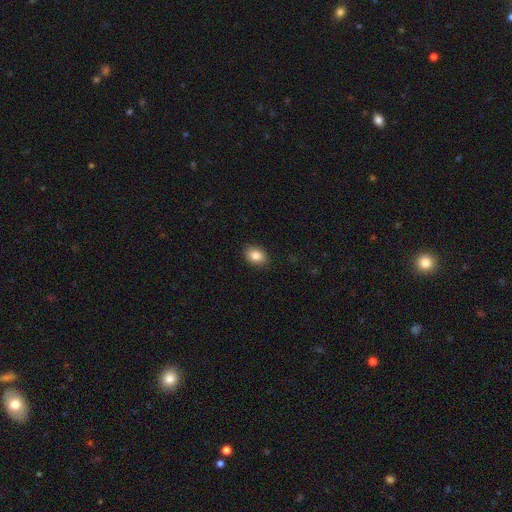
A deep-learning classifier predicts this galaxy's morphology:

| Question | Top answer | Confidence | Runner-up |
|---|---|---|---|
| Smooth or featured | smooth | 85% | star or artifact (8%) |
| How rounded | in between | 78% | round (21%) |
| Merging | none | 89% | minor disturbance (8%) |